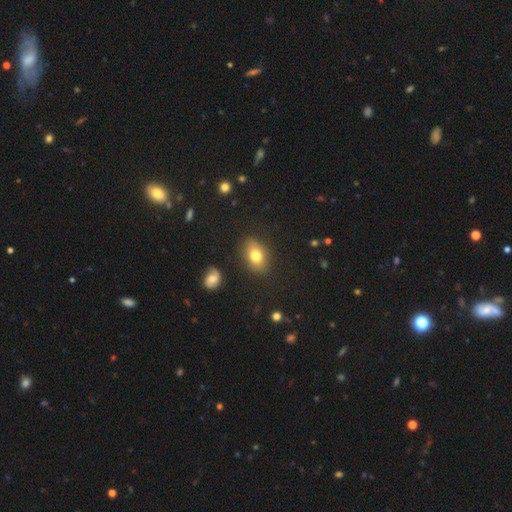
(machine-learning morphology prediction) The model was most divided on "how rounded": in between: 77%, round: 21%, cigar-shaped: 2%. More confident: merging — none (82%); smooth or featured — smooth (76%).